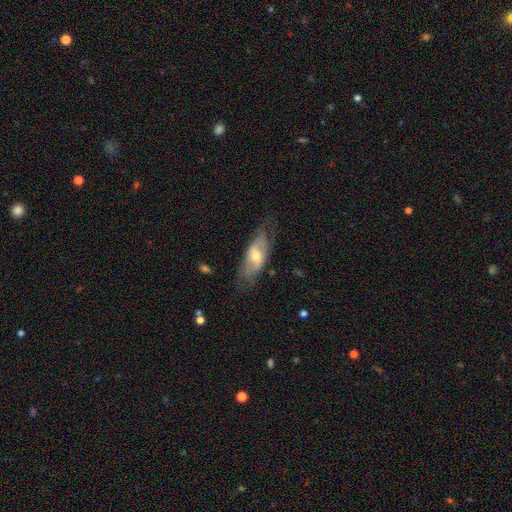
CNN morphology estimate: This is possibly a featured or disk galaxy (55%). It is likely not viewed edge-on (76%). Merging: likely none (65%).